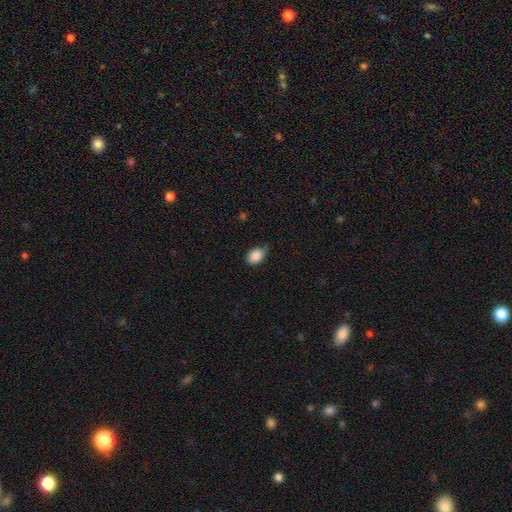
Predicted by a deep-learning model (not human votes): Smooth or featured? smooth (87%)
How rounded? in between (81%)
Merging? none (67%)